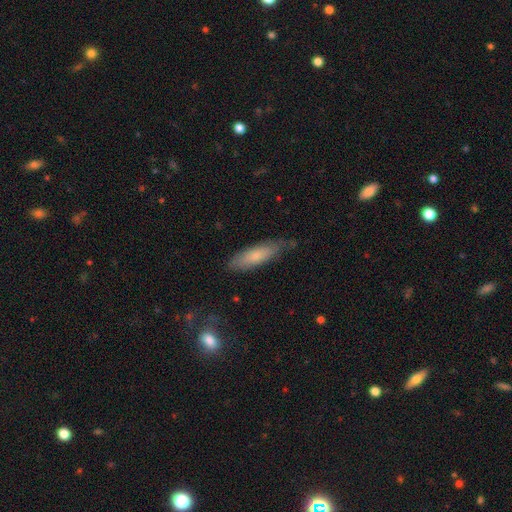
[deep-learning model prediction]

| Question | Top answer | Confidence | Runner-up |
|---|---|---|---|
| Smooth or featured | smooth | 71% | featured or disk (23%) |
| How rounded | cigar-shaped | 61% | in between (37%) |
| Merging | none | 70% | minor disturbance (23%) |